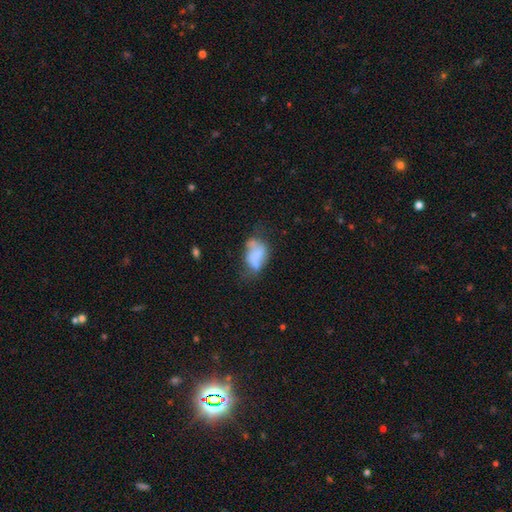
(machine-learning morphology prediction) A smooth galaxy with no disk features (58%) that is in between round and cigar-shaped (87%). Merging: major disturbance (29%, tied with minor disturbance).